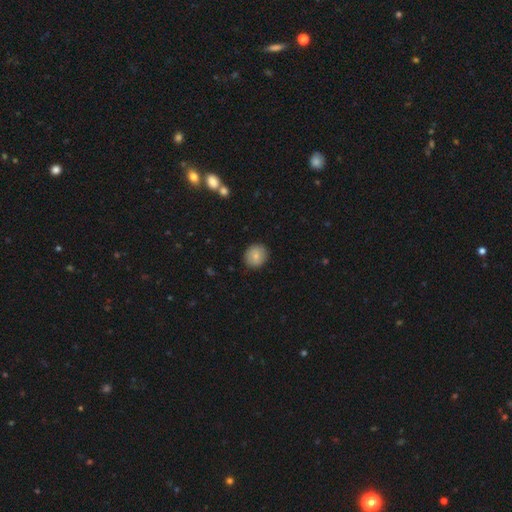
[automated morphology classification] Q: Smooth or featured?
A: smooth (79%); runner-up: featured or disk (12%)
Q: How rounded?
A: round (82%); runner-up: in between (17%)
Q: Merging?
A: none (88%); runner-up: minor disturbance (9%)